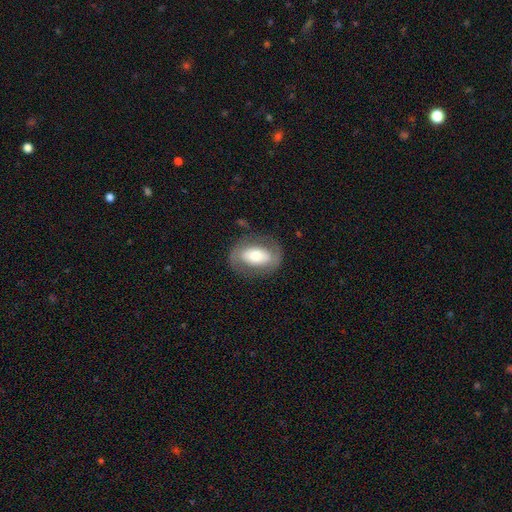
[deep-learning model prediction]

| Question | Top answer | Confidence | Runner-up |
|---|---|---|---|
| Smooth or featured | smooth | 48% | featured or disk (46%) |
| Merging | none | 75% | minor disturbance (15%) |